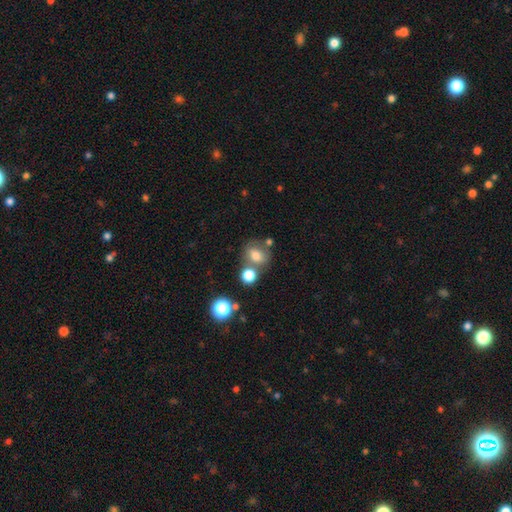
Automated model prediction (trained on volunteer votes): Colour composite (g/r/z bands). It shows a smooth galaxy with no disk features (71%) that is round (62%). Merging: none (56%).